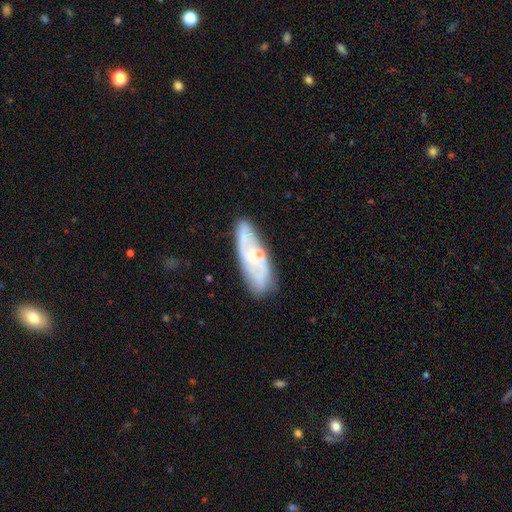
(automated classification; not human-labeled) This appears to be a featured or disk galaxy (59%). Merging: none (75%).